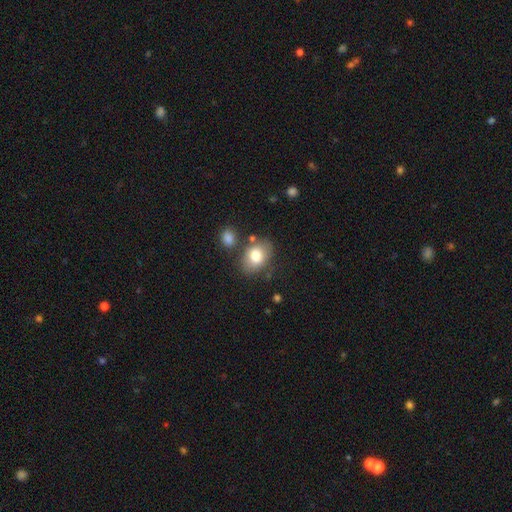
Smooth or featured? smooth (95%)
How rounded? in between (71%)
Merging? none (69%)